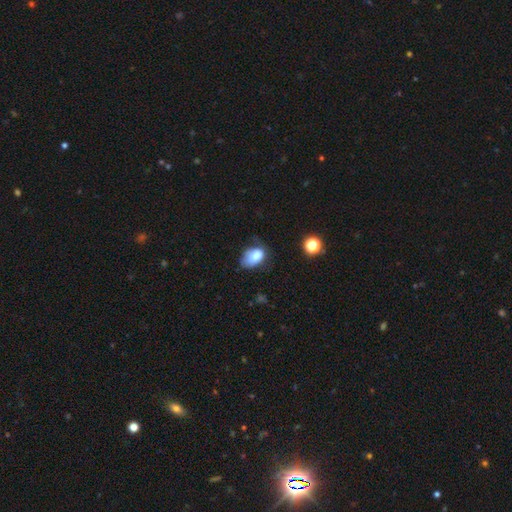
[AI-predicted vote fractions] Smooth or featured?
  - smooth: 78% *
  - featured or disk: 13%
  - star or artifact: 10%
How rounded?
  - in between: 85% *
  - round: 14%
  - cigar-shaped: 1%
Merging?
  - none: 39% * (tied)
  - minor disturbance: 39% * (tied)
  - major disturbance: 19%
  - merger: 4%